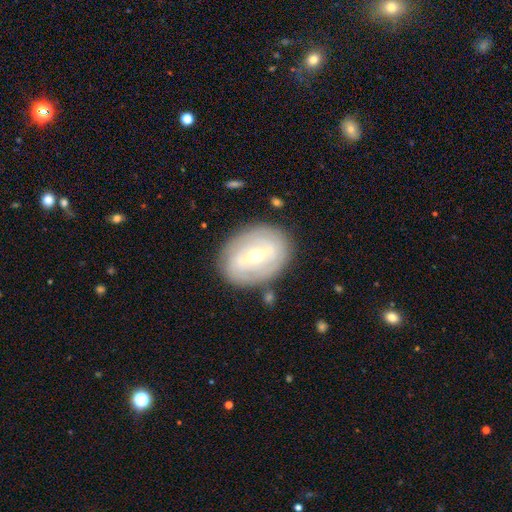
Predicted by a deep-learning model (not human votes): Smooth or featured? featured or disk (75%)
Edge-on disk? no (94%)
Bar? weak (45%)
Spiral arms? yes (68%)
Bulge size? moderate (69%)
Merging? none (81%)